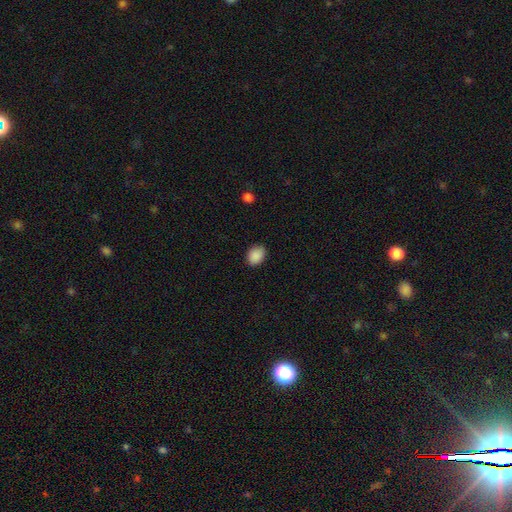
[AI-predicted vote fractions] Smooth or featured? Predicted: smooth (p=0.89). How rounded? Predicted: in between (p=0.65). Merging? Predicted: none (p=0.87).